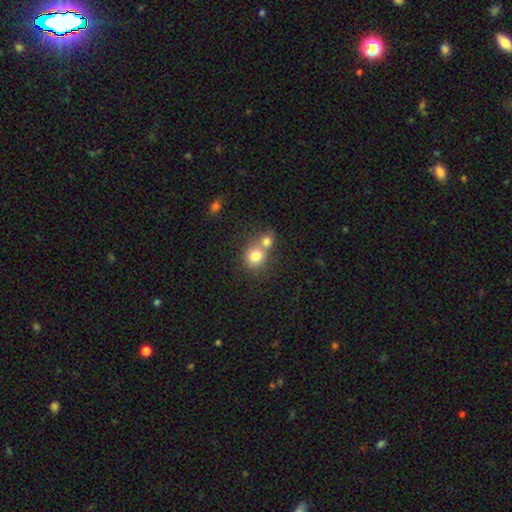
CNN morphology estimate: Smooth or featured?
  - smooth: 79% *
  - featured or disk: 11%
  - star or artifact: 11%
How rounded?
  - round: 80% *
  - in between: 19%
  - cigar-shaped: 1%
Merging?
  - merger: 55% *
  - none: 36%
  - minor disturbance: 6%
  - major disturbance: 3%